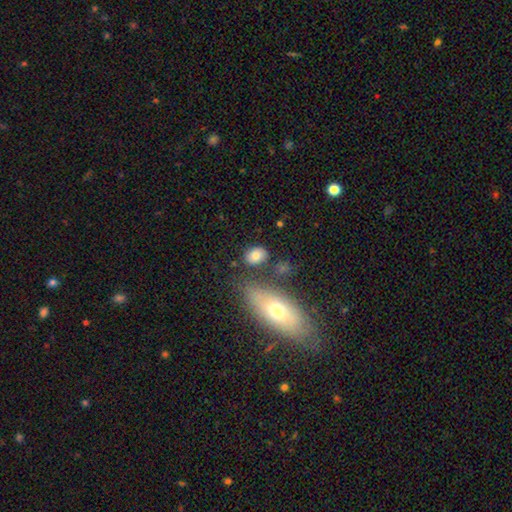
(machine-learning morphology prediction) A smooth galaxy with no disk features (82%) that is in between round and cigar-shaped (71%).

Vote fractions:
- Smooth or featured? smooth: 82% / featured or disk: 9% / star or artifact: 9%
- How rounded? in between: 71% / round: 27% / cigar-shaped: 2%
- Merging? none: 73% / minor disturbance: 13% / merger: 9% / major disturbance: 5%